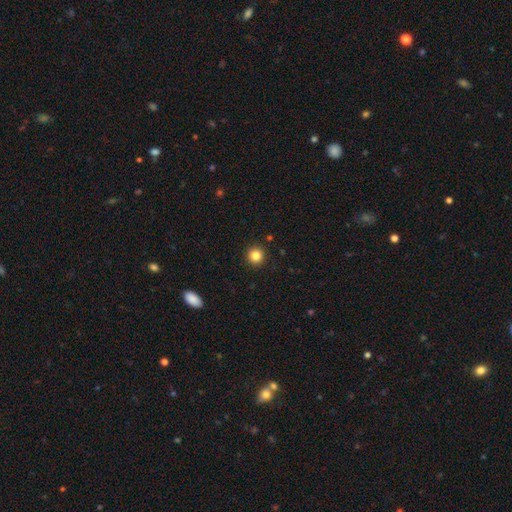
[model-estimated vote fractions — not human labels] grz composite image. It shows a smooth galaxy with no disk features (84%) that is round (94%). Merging: none (93%).